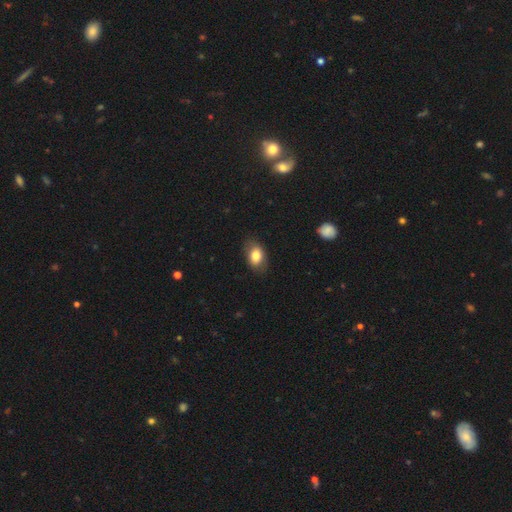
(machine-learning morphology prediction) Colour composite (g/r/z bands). It shows a smooth galaxy with no disk features (80%) that is in between round and cigar-shaped (83%). Merging: none (79%).